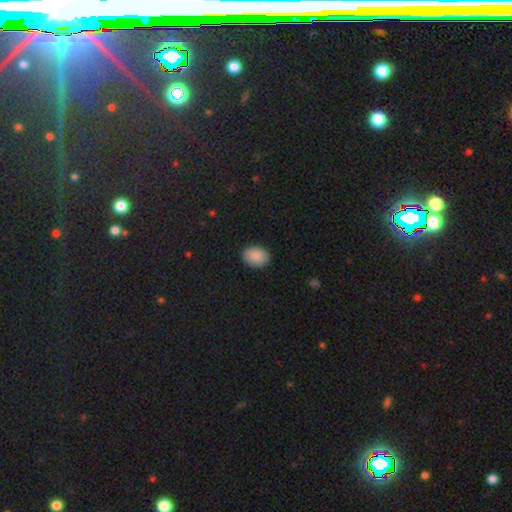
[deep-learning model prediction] smooth-or-featured: smooth: 89% | star or artifact: 7% | featured or disk: 3%
  how-rounded: in between: 72% | round: 27% | cigar-shaped: 1%
  merging: none: 88% | minor disturbance: 9% | major disturbance: 2% | merger: 1%